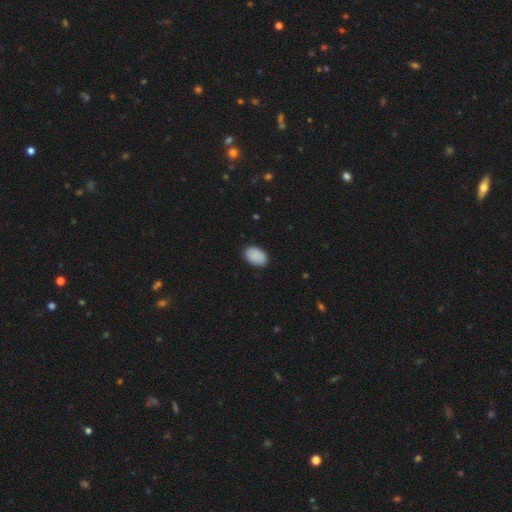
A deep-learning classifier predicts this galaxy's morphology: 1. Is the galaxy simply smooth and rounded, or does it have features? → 90% smooth, 7% star or artifact, 3% featured or disk.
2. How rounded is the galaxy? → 90% in between, 9% round, 1% cigar-shaped.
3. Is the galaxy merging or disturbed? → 89% none, 9% minor disturbance, 2% major disturbance, 1% merger.